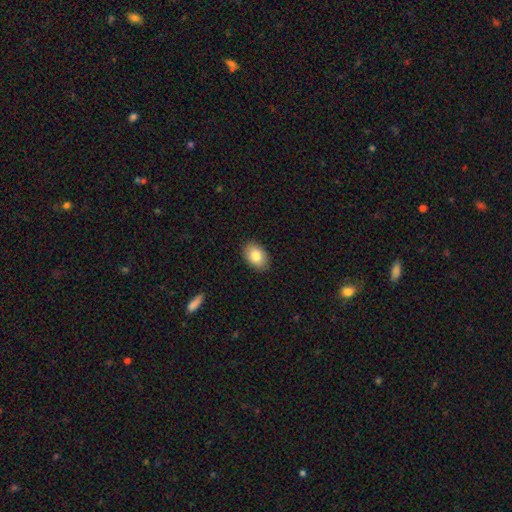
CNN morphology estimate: A smooth galaxy with no disk features (83%) that is in between round and cigar-shaped (85%). Merging: none (89%).